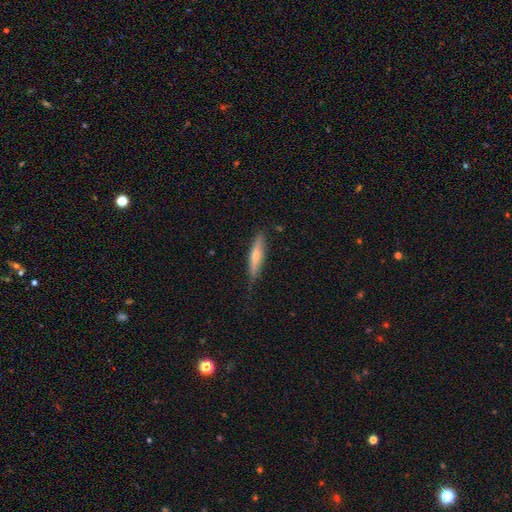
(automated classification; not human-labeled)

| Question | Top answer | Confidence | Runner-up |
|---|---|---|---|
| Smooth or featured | featured or disk | 52% | smooth (42%) |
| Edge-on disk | yes | 91% | no (9%) |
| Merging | none | 74% | minor disturbance (21%) |